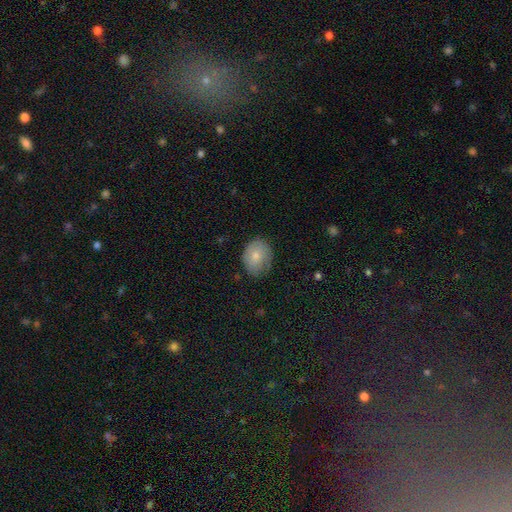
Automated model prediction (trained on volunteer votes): A smooth galaxy with no disk features (78%) that is in between round and cigar-shaped (62%). Merging: none (73%).